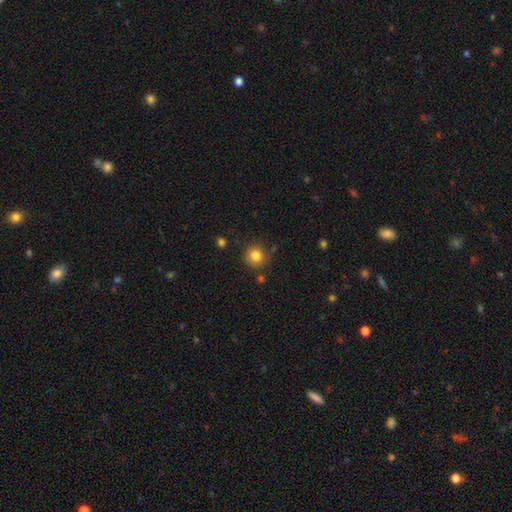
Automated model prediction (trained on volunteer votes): Smooth or featured?
  - smooth: 83% *
  - star or artifact: 11%
  - featured or disk: 6%
How rounded?
  - round: 90% *
  - in between: 9%
  - cigar-shaped: 1%
Merging?
  - none: 81% *
  - minor disturbance: 12%
  - merger: 4%
  - major disturbance: 3%